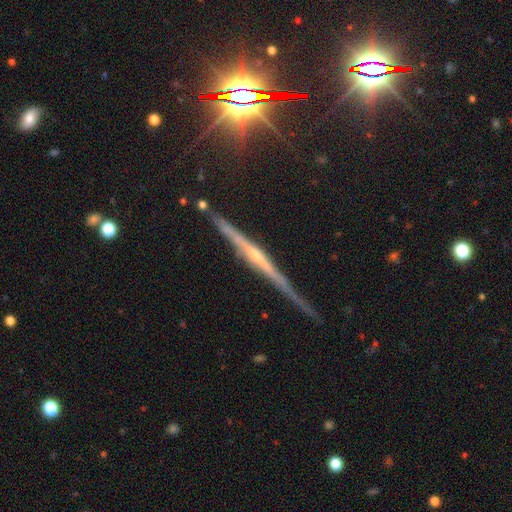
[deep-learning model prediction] Smooth or featured? featured or disk (78%)
Edge-on disk? yes (98%)
Edge-on bulge? rounded (64%)
Merging? none (83%)